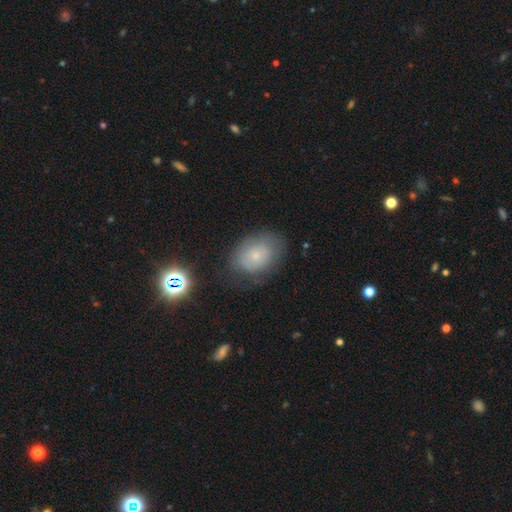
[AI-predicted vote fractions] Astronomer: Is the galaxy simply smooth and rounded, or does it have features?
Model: smooth — 62%.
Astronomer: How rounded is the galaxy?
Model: in between — 72%.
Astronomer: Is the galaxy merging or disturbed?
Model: none — 69%.